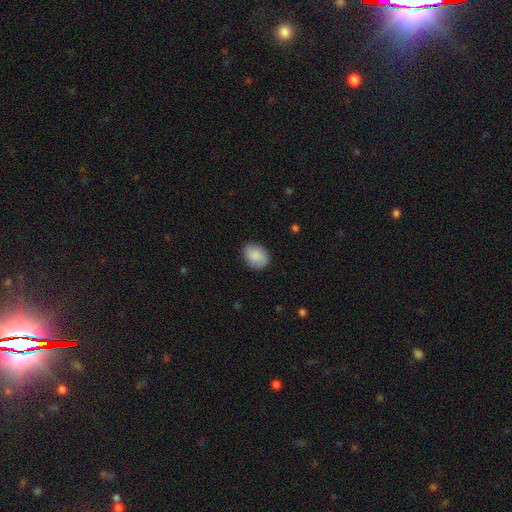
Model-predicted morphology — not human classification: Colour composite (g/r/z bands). It shows a smooth galaxy with no disk features (87%) that is in between round and cigar-shaped (63%). Merging: none (84%).